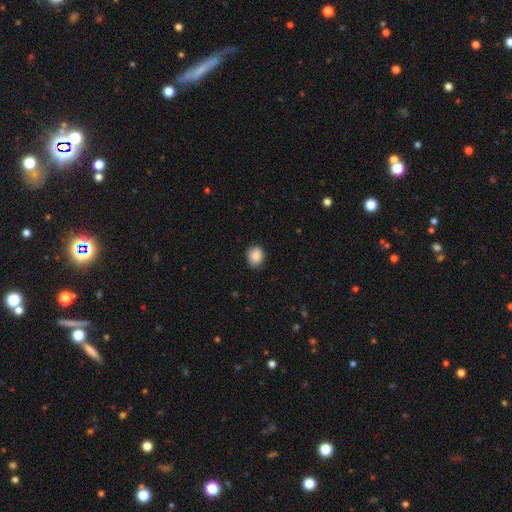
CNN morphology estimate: smooth-or-featured: smooth: 89% | star or artifact: 8% | featured or disk: 4%
  how-rounded: round: 50% | in between: 49% | cigar-shaped: 1%
  merging: none: 85% | minor disturbance: 12% | major disturbance: 2% | merger: 1%